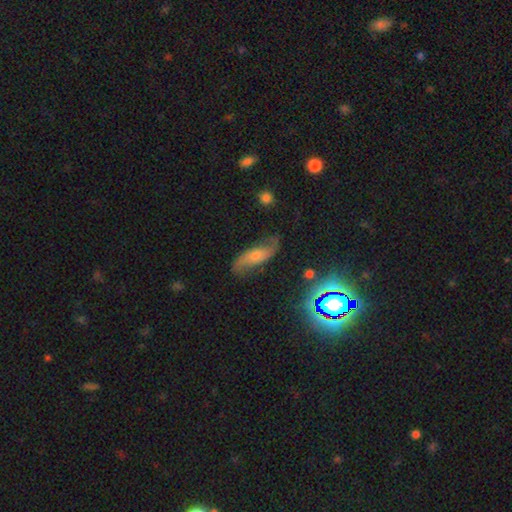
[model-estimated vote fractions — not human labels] smooth-or-featured: featured or disk: 65% | smooth: 24% | star or artifact: 11%
  disk-edge-on: no: 87% | yes: 13%
    bar: no: 61% | weak: 29% | strong: 10%
    has-spiral-arms: yes: 91% | no: 9%
      spiral-winding: loose: 69% | medium: 23% | tight: 8%
      spiral-arm-count: 2: 89% | can't tell: 5% | 1: 3% | 3: 1% | 4: 1% | more than 4: 1%
    bulge-size: small: 44% | moderate: 38% | none: 10% | large: 6% | dominant: 2%
  merging: none: 68% | minor disturbance: 21% | major disturbance: 9% | merger: 2%